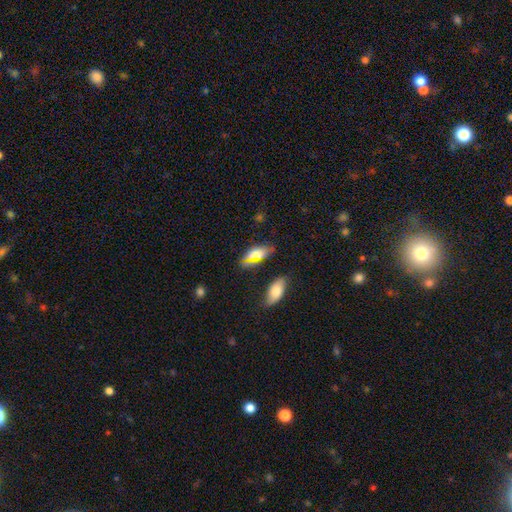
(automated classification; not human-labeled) A smooth galaxy with no disk features (70%) that is in between round and cigar-shaped (88%). Merging: none (72%).